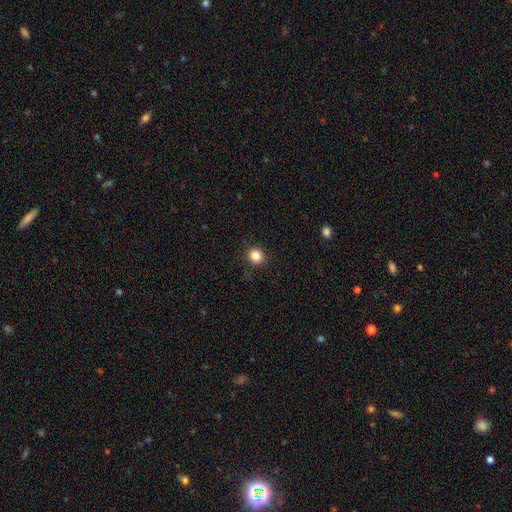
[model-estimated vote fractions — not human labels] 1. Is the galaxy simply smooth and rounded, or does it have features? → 85% smooth, 11% star or artifact, 4% featured or disk.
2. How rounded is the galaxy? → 85% round, 14% in between, 1% cigar-shaped.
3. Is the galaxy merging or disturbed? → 90% none, 7% minor disturbance, 2% major disturbance, 1% merger.